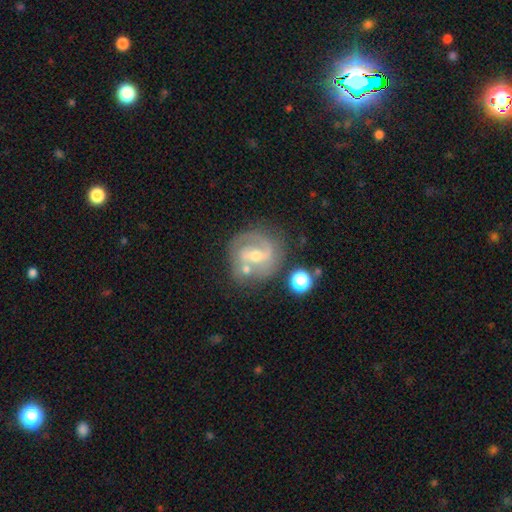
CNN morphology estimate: This appears to be a featured or disk galaxy (79%) with a weak bar (48%), 2 (71%) medium (48%) spiral arms (90%) and a moderate central bulge (49%). Merging: none (62%).